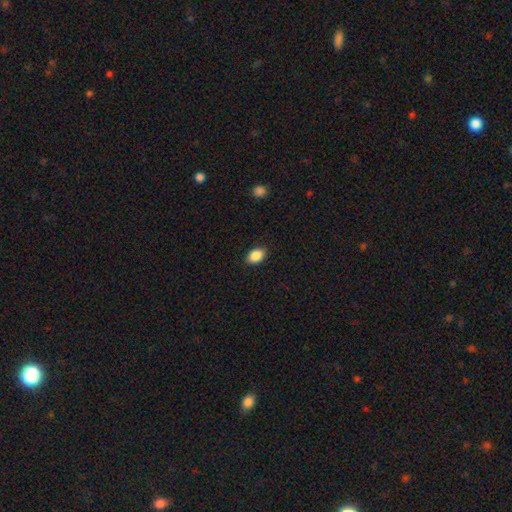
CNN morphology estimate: A smooth galaxy with no disk features (87%) that is in between round and cigar-shaped (84%). Merging: none (87%).